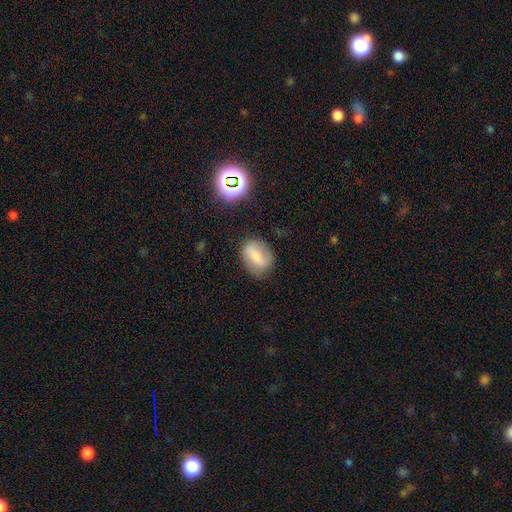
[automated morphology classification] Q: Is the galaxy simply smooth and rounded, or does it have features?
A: smooth — 59%.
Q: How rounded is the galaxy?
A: in between — 61%.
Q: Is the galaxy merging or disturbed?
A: none — 74%.